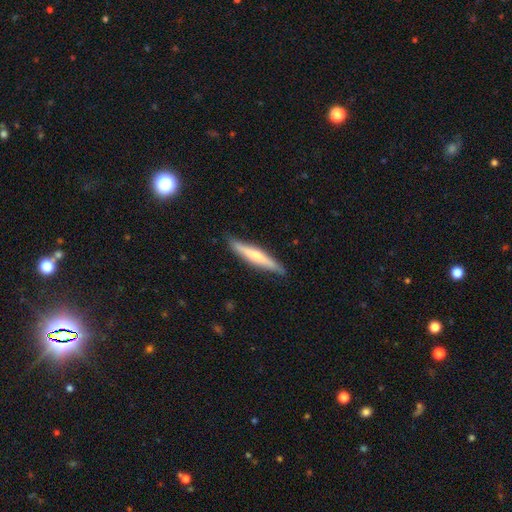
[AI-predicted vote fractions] featured or disk 49%, smooth 46%, star or artifact 5%. Down the decision tree: merging — none (87%).